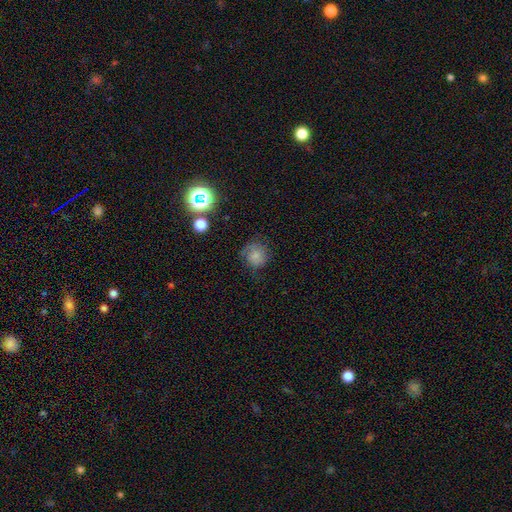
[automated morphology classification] Q: Smooth or featured?
A: smooth (71%); runner-up: featured or disk (16%)
Q: How rounded?
A: round (85%); runner-up: in between (14%)
Q: Merging?
A: none (67%); runner-up: minor disturbance (21%)